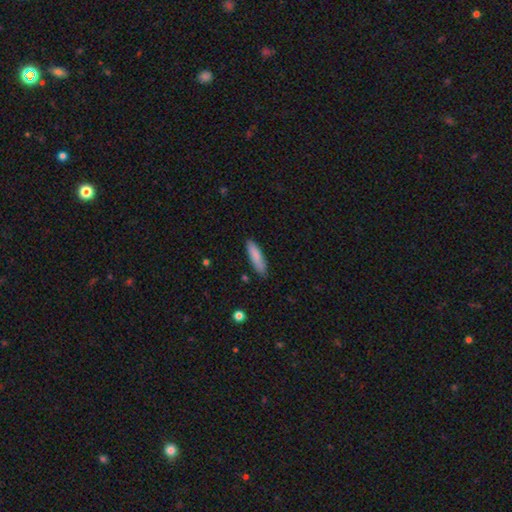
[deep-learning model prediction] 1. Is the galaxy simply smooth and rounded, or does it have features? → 85% smooth, 9% featured or disk, 6% star or artifact.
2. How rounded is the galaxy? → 67% cigar-shaped, 32% in between, 1% round.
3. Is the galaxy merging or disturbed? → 82% none, 14% minor disturbance, 2% major disturbance, 2% merger.